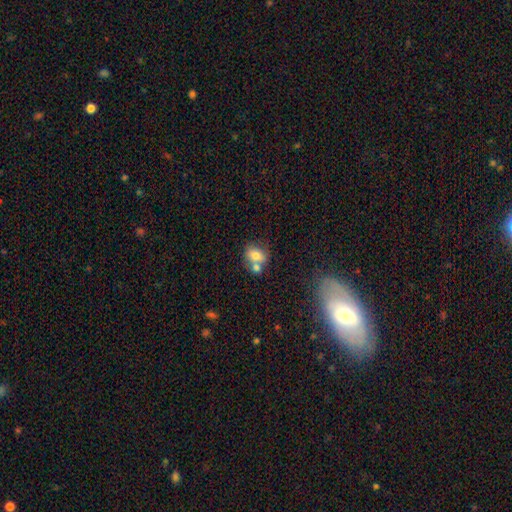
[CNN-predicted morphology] Overall: smooth (73%). How rounded: in between (54%; round 44%). Merging: merger (42%; none 41%).